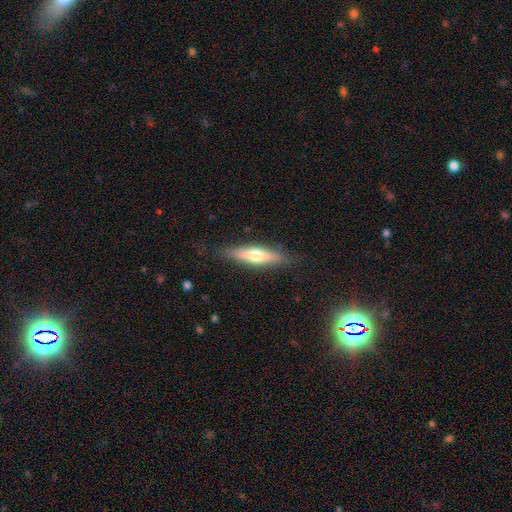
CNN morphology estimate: Q: Smooth or featured?
A: smooth (51%); runner-up: featured or disk (43%)
Q: How rounded?
A: cigar-shaped (72%); runner-up: in between (26%)
Q: Merging?
A: none (84%); runner-up: minor disturbance (12%)